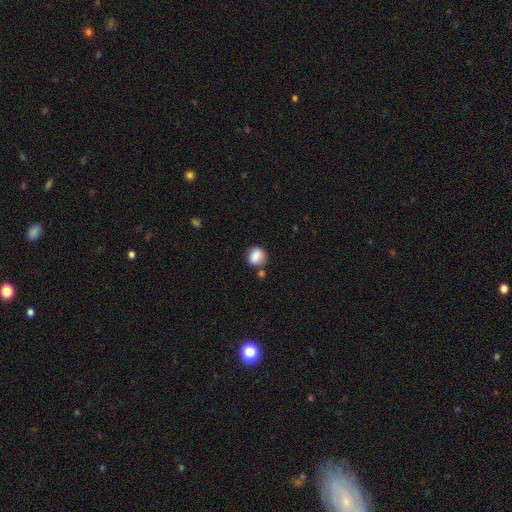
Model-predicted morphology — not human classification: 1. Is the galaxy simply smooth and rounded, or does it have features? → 84% smooth, 9% star or artifact, 7% featured or disk.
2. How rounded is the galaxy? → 72% round, 27% in between, 1% cigar-shaped.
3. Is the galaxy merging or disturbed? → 71% none, 13% minor disturbance, 12% merger, 4% major disturbance.